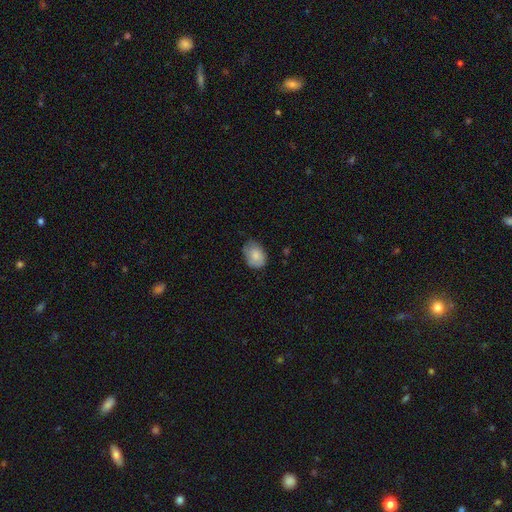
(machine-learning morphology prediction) This appears to be a smooth galaxy with no disk features (81%) that is in between round and cigar-shaped (74%). Merging: none (65%).